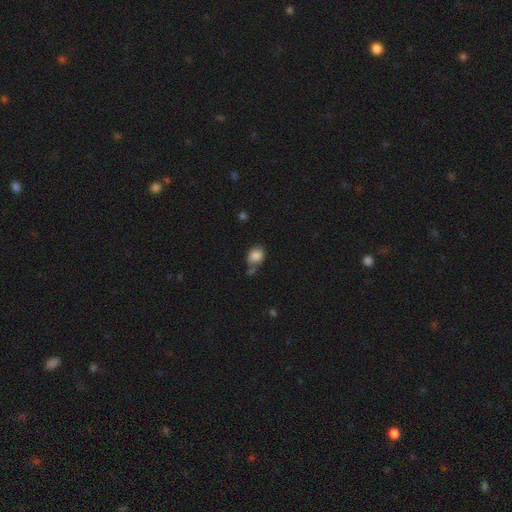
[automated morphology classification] A smooth galaxy with no disk features (85%) that is round (51%). Merging: none (53%).